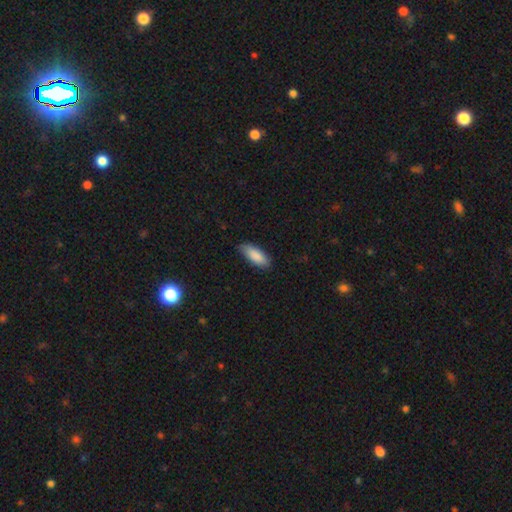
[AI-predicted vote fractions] This appears to be a smooth galaxy with no disk features (88%) that is in between round and cigar-shaped (73%). Merging: none (81%).